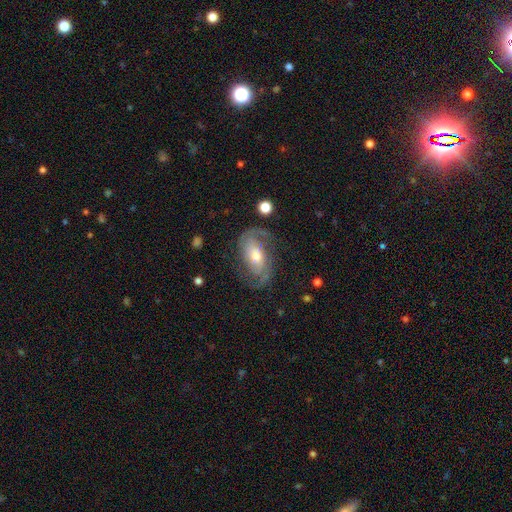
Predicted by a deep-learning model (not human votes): Morphology: type=featured or disk (84%); edge-on=no (96%); bar=no (48%); spiral arms=yes (95%); winding=medium (49%); arm count=2 (89%); bulge=moderate (60%); merging=none (74%).